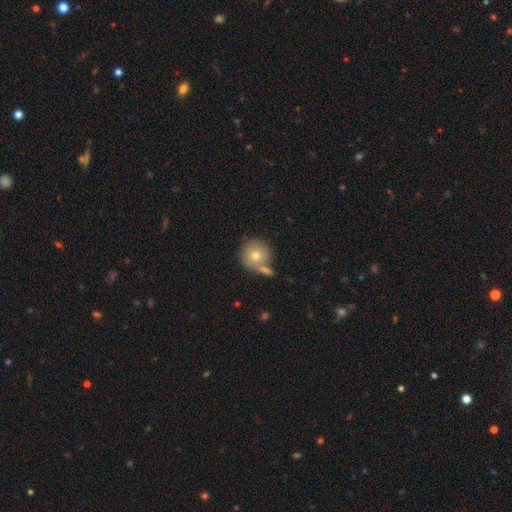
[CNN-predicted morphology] Smooth or featured: smooth — 74% (featured or disk — 16%)
How rounded: round — 93% (in between — 6%)
Merging: none — 62% (merger — 23%)